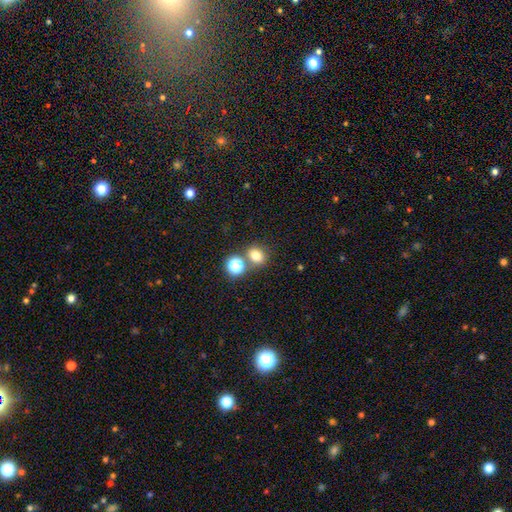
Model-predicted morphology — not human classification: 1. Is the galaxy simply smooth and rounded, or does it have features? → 77% smooth, 16% star or artifact, 7% featured or disk.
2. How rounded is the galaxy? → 61% round, 38% in between, 1% cigar-shaped.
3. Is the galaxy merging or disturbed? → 63% none, 24% merger, 10% minor disturbance, 4% major disturbance.